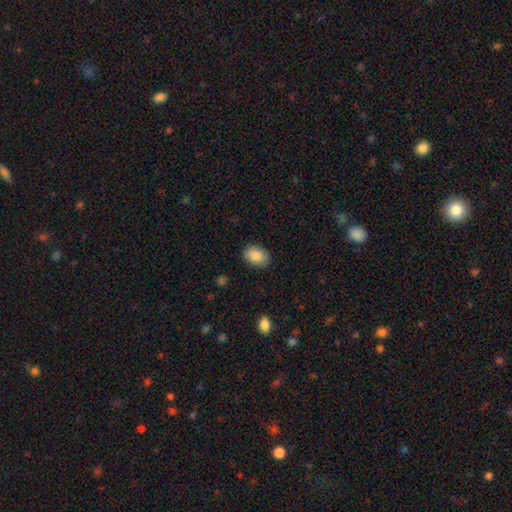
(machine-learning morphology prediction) Q: Smooth or featured?
A: smooth (88%); runner-up: star or artifact (7%)
Q: How rounded?
A: in between (81%); runner-up: round (18%)
Q: Merging?
A: none (86%); runner-up: minor disturbance (11%)